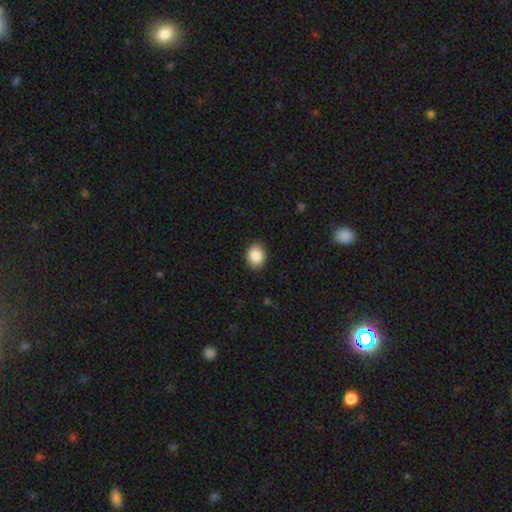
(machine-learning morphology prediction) This is clearly a smooth galaxy (89%). How rounded: possibly in between (50%). Merging: clearly none (89%).